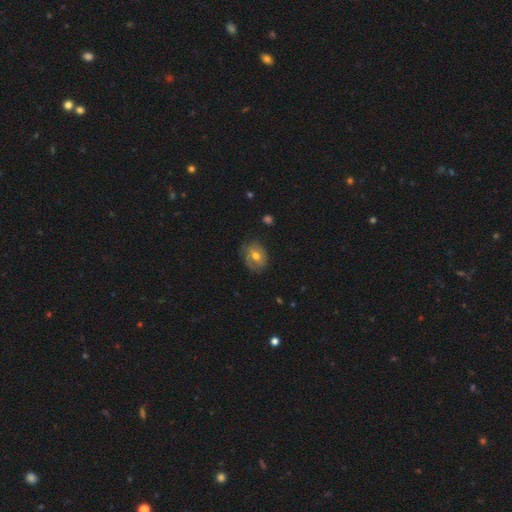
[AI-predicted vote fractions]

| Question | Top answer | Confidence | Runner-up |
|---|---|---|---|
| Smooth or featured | smooth | 56% | featured or disk (35%) |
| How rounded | in between | 54% | round (45%) |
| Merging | none | 70% | minor disturbance (23%) |